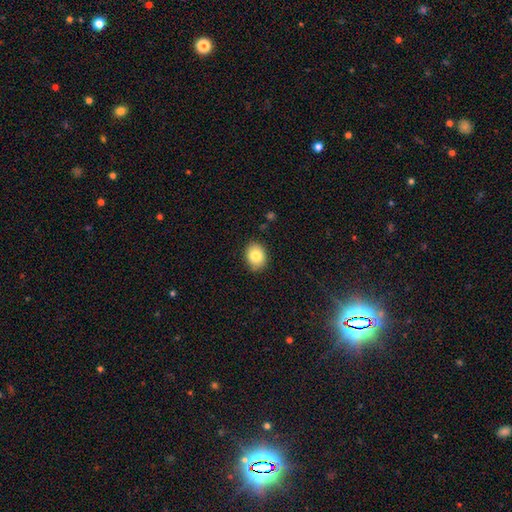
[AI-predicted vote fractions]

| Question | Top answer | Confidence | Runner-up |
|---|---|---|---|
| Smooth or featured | smooth | 83% | featured or disk (9%) |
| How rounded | in between | 64% | round (35%) |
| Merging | none | 85% | minor disturbance (12%) |